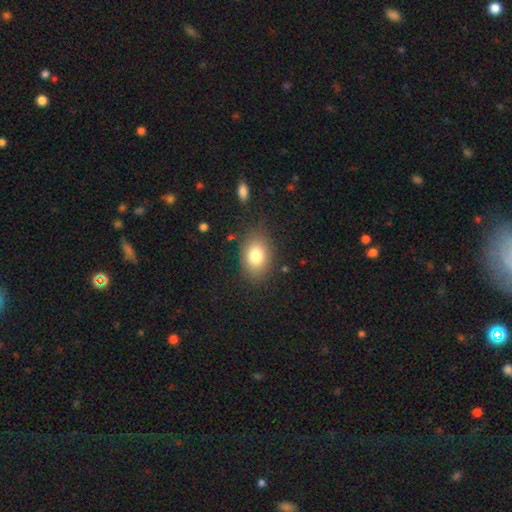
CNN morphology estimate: A smooth galaxy with no disk features (79%) that is in between round and cigar-shaped (76%). Merging: none (80%).